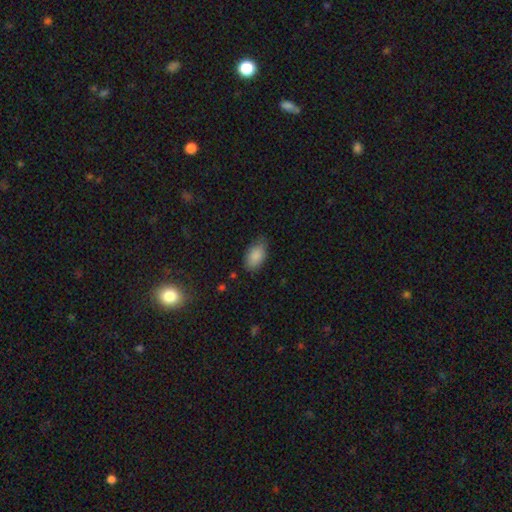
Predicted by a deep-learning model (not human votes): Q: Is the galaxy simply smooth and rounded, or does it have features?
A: smooth — 87%.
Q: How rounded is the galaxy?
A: in between — 92%.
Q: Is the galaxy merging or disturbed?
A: none — 71%.